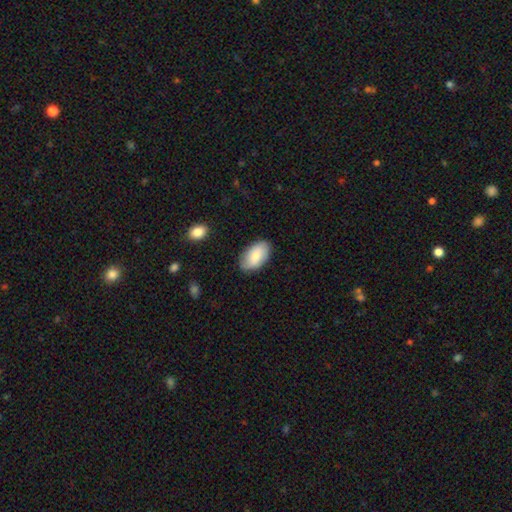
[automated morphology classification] This is likely a smooth galaxy (72%). How rounded: clearly in between (94%). Merging: clearly none (83%).